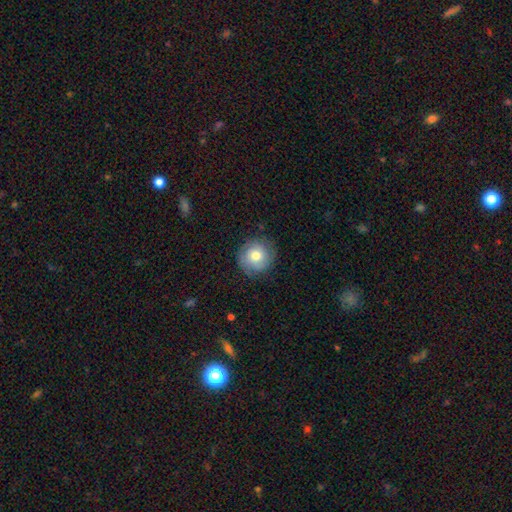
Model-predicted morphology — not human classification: smooth-or-featured: smooth: 67% | featured or disk: 24% | star or artifact: 9%
  how-rounded: round: 93% | in between: 6% | cigar-shaped: 1%
  merging: none: 82% | minor disturbance: 13% | major disturbance: 4% | merger: 1%